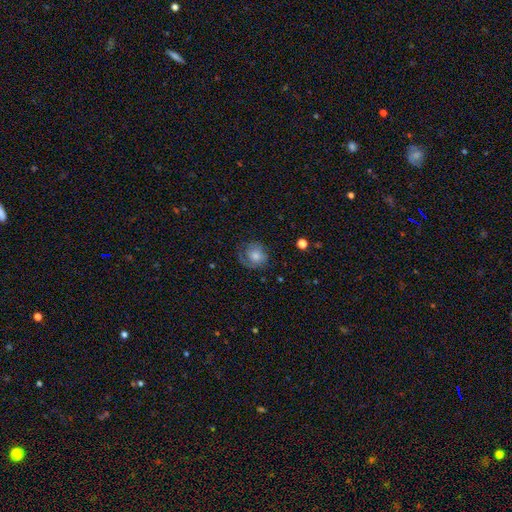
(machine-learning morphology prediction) Smooth or featured?
  - smooth: 53% *
  - featured or disk: 38%
  - star or artifact: 9%
How rounded?
  - round: 77% *
  - in between: 22%
  - cigar-shaped: 1%
Merging?
  - none: 56% *
  - minor disturbance: 23%
  - major disturbance: 19%
  - merger: 2%